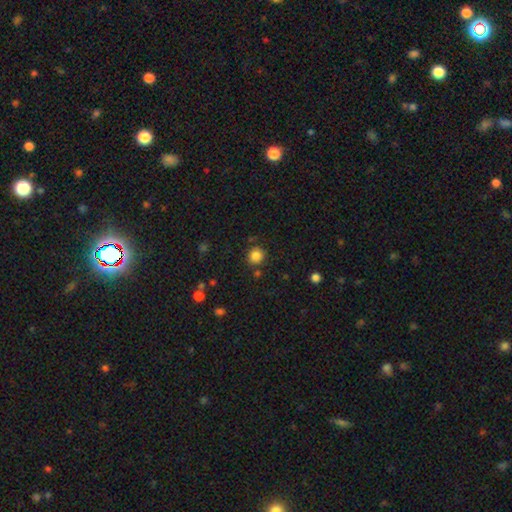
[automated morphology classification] A smooth galaxy with no disk features (85%) that is round (89%).

Vote fractions:
- Smooth or featured? smooth: 85% / star or artifact: 11% / featured or disk: 4%
- How rounded? round: 89% / in between: 10% / cigar-shaped: 1%
- Merging? none: 83% / minor disturbance: 9% / merger: 4% / major disturbance: 3%